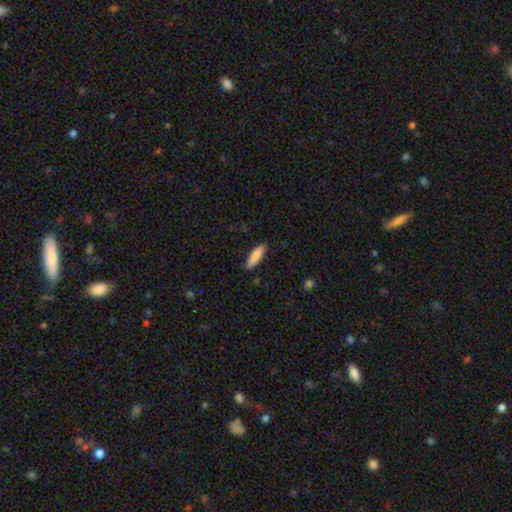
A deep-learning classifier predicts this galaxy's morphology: A smooth galaxy with no disk features (85%) that is cigar-shaped (63%). Merging: none (86%).